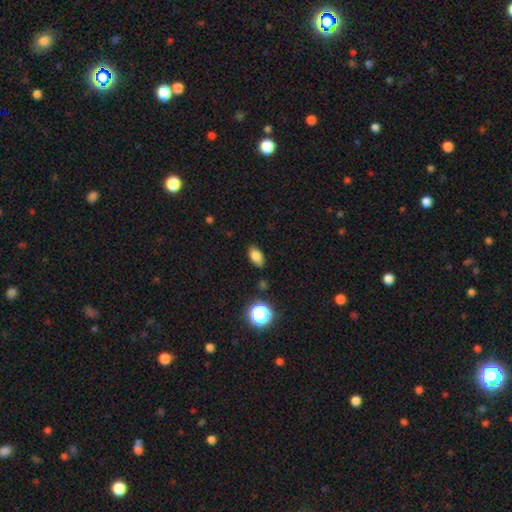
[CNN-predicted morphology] smooth-or-featured: smooth: 81% | star or artifact: 11% | featured or disk: 8%
  how-rounded: in between: 89% | round: 7% | cigar-shaped: 4%
  merging: none: 83% | minor disturbance: 13% | major disturbance: 3% | merger: 2%